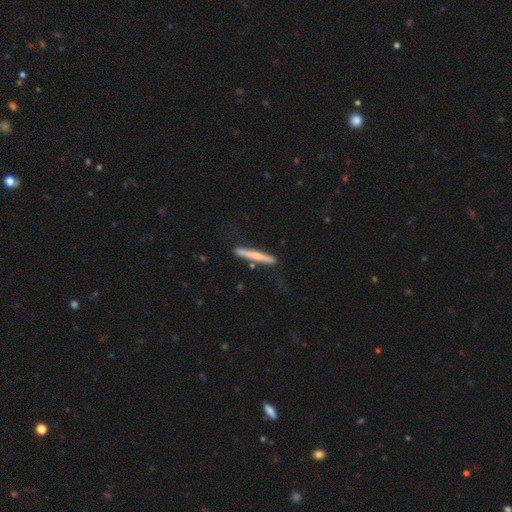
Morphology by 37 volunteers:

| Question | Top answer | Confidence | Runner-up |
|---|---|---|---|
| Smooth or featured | featured or disk | 59% | smooth (35%) |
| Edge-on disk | yes | 95% | no (5%) |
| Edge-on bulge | rounded | 67% | none (33%) |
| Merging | none | 77% | minor disturbance (11%) |